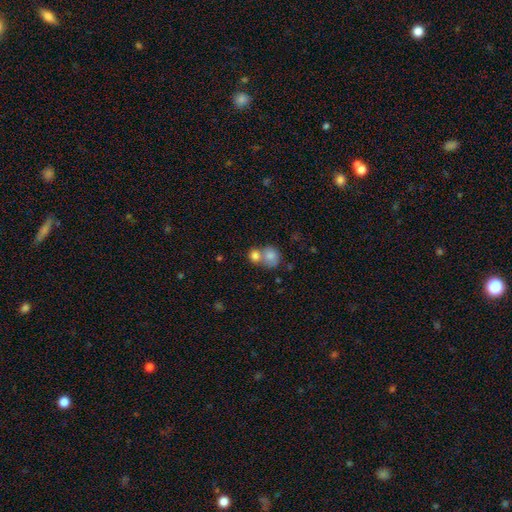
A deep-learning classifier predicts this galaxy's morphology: smooth_or_featured: smooth (p=0.80) [alt: featured or disk p=0.11]
how_rounded: round (p=0.74) [alt: in between p=0.25]
merging: merger (p=0.58) [alt: none p=0.32]